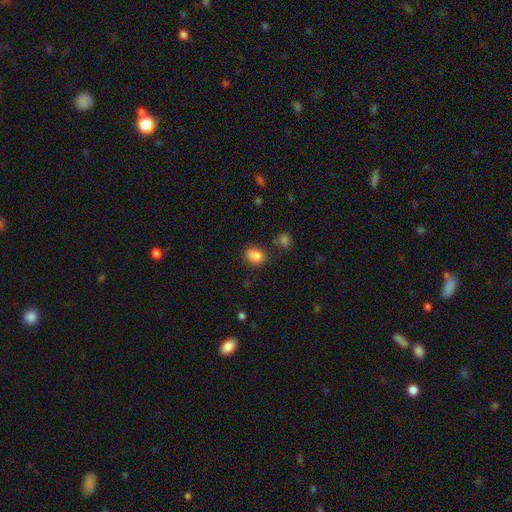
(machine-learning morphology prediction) Smooth or featured: smooth — 83% (star or artifact — 10%)
How rounded: in between — 58% (round — 41%)
Merging: none — 70% (minor disturbance — 19%)